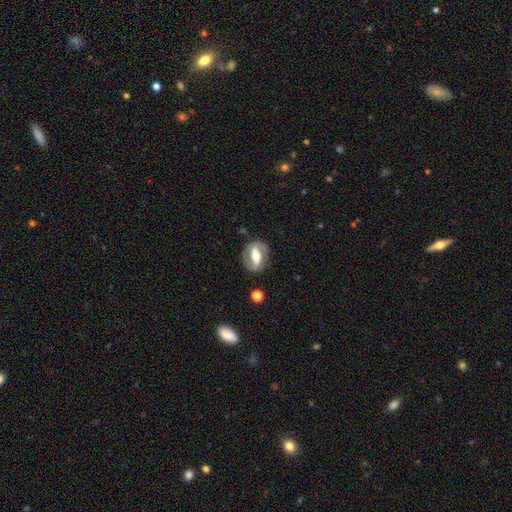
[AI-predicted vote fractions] smooth_or_featured: featured or disk (p=0.71) [alt: smooth p=0.23]
disk_edge_on: no (p=0.92) [alt: yes p=0.08]
bar: strong (p=0.58) [alt: weak p=0.26]
has_spiral_arms: yes (p=0.74) [alt: no p=0.26]
bulge_size: moderate (p=0.56) [alt: large p=0.25]
merging: none (p=0.78) [alt: minor disturbance p=0.14]